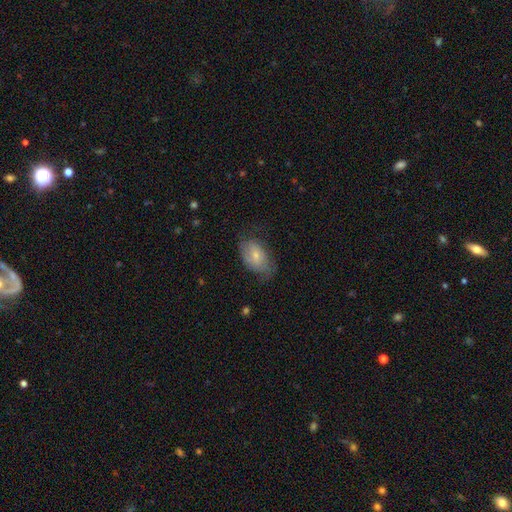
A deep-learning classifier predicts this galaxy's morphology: smooth-or-featured: smooth: 51% | featured or disk: 42% | star or artifact: 7%
  how-rounded: in between: 89% | round: 10% | cigar-shaped: 2%
  merging: none: 59% | minor disturbance: 27% | major disturbance: 13% | merger: 1%